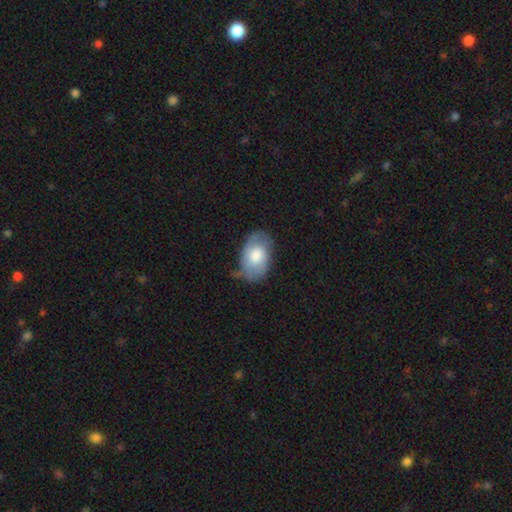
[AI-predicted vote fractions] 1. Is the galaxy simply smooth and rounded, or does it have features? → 56% smooth, 37% featured or disk, 7% star or artifact.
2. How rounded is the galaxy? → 88% in between, 10% round, 1% cigar-shaped.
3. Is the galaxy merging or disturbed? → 55% none, 33% minor disturbance, 10% major disturbance, 2% merger.